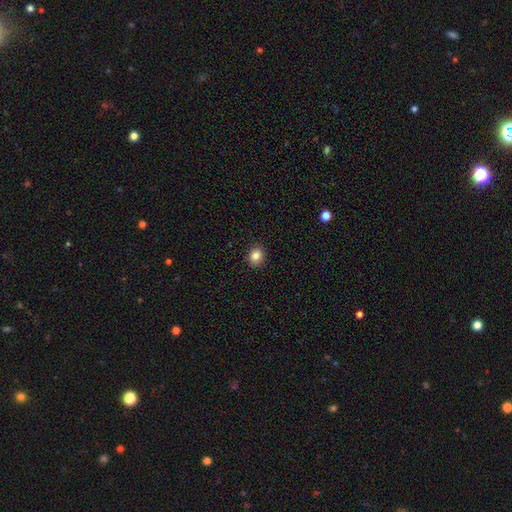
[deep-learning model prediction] Smooth or featured?
  - smooth: 85% *
  - star or artifact: 10%
  - featured or disk: 5%
How rounded?
  - round: 66% *
  - in between: 33%
  - cigar-shaped: 1%
Merging?
  - none: 90% *
  - minor disturbance: 7%
  - major disturbance: 2%
  - merger: 1%